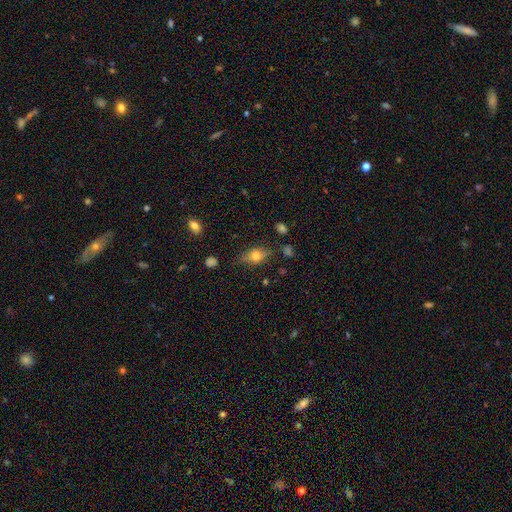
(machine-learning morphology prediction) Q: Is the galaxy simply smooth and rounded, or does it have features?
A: smooth — 57%.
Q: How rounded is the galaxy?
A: in between — 74%.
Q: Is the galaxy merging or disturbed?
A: none — 74%.